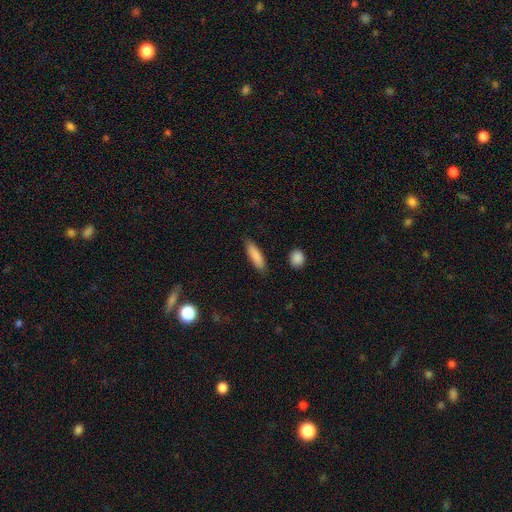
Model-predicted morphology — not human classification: smooth-or-featured: smooth: 86% | featured or disk: 8% | star or artifact: 6%
  how-rounded: cigar-shaped: 63% | in between: 35% | round: 2%
  merging: none: 86% | minor disturbance: 10% | major disturbance: 2% | merger: 2%